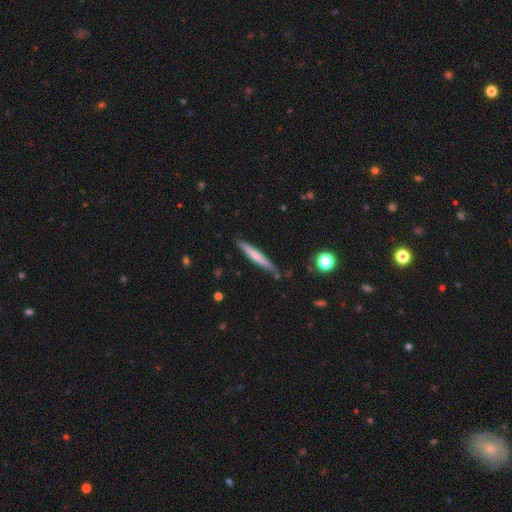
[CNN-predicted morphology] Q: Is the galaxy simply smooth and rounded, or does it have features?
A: smooth — 59%.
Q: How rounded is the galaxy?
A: cigar-shaped — 94%.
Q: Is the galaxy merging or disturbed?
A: none — 78%.